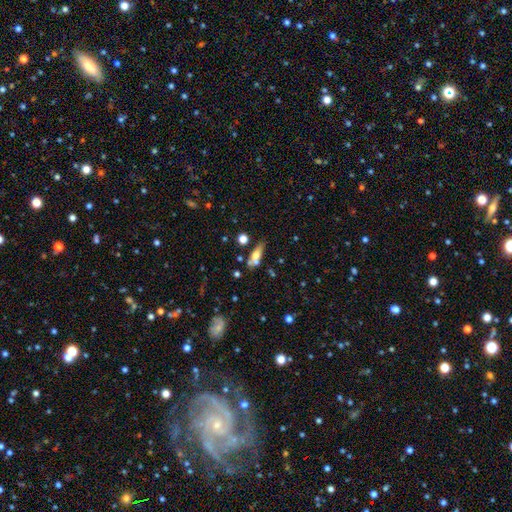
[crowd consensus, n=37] smooth-or-featured: smooth: 76% | featured or disk: 19% | star or artifact: 5%
  how-rounded: in between: 46% (tied) | cigar-shaped: 46% (tied) | round: 7%
  merging: none: 66% | minor disturbance: 11% | major disturbance: 11% | merger: 11%